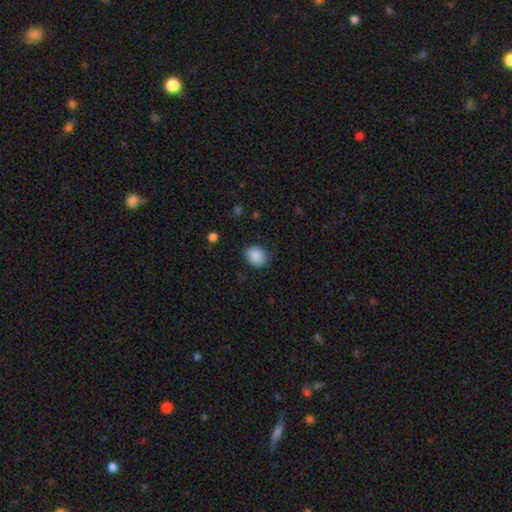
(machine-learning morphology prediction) type=smooth (88%); roundness=round (54%); merging=none (82%).